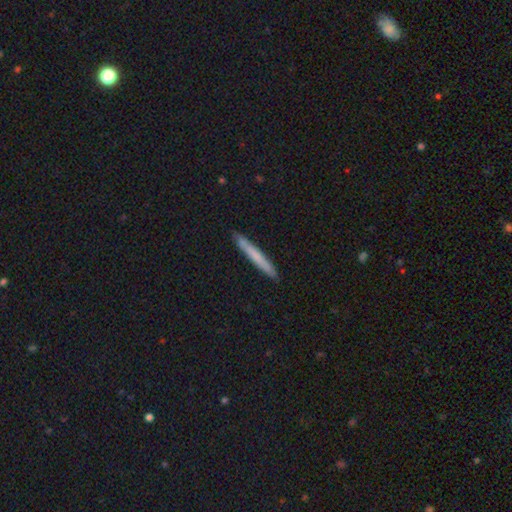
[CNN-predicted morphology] smooth 65%, featured or disk 28%, star or artifact 6%. Down the decision tree: how rounded — cigar-shaped (97%); merging — none (89%).